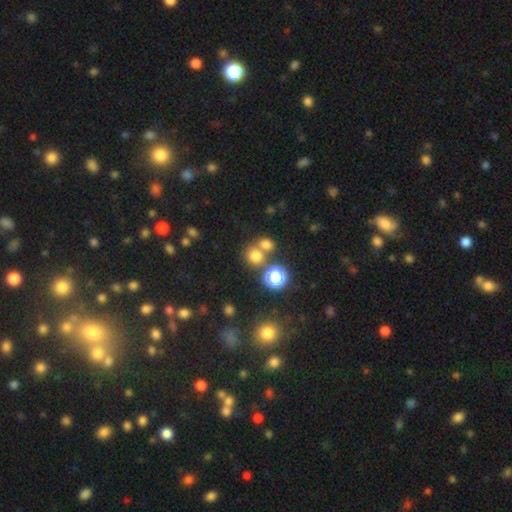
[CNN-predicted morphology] Overall: smooth (72%). How rounded: round (82%). Merging: none (55%; merger 34%).